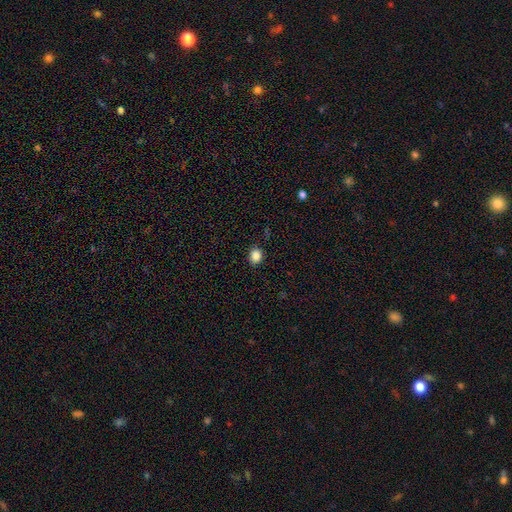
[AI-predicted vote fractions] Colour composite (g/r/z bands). It shows a smooth galaxy with no disk features (85%) that is round (55%). Merging: none (89%).